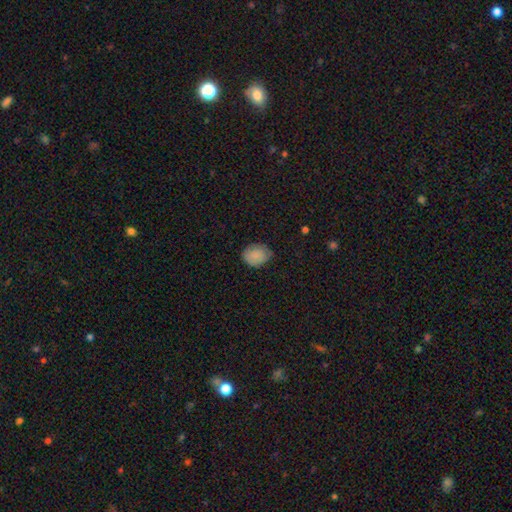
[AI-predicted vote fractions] This is clearly a smooth galaxy (84%). How rounded: possibly in between (53%). Merging: likely none (69%).